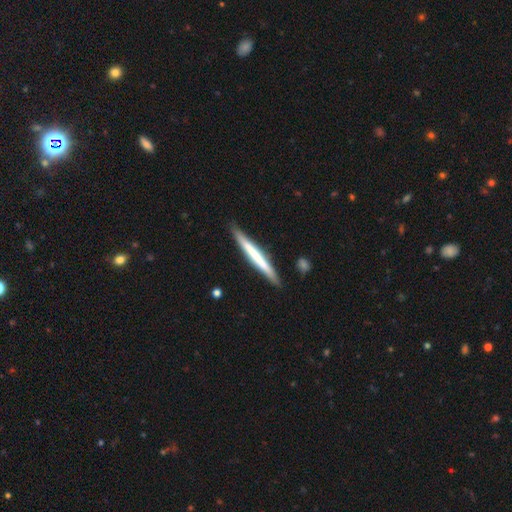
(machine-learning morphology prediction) smooth_or_featured: smooth (p=0.49) [alt: featured or disk p=0.46]
merging: none (p=0.89) [alt: minor disturbance p=0.08]